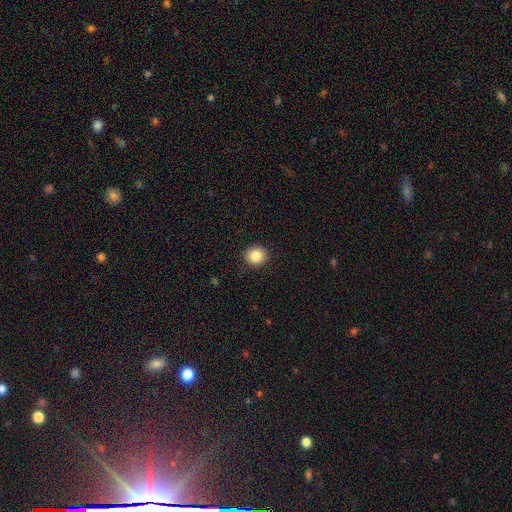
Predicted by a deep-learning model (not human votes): Smooth or featured?
  - smooth: 85% *
  - star or artifact: 9%
  - featured or disk: 6%
How rounded?
  - round: 88% *
  - in between: 11%
  - cigar-shaped: 1%
Merging?
  - none: 91% *
  - minor disturbance: 6%
  - major disturbance: 2%
  - merger: 1%